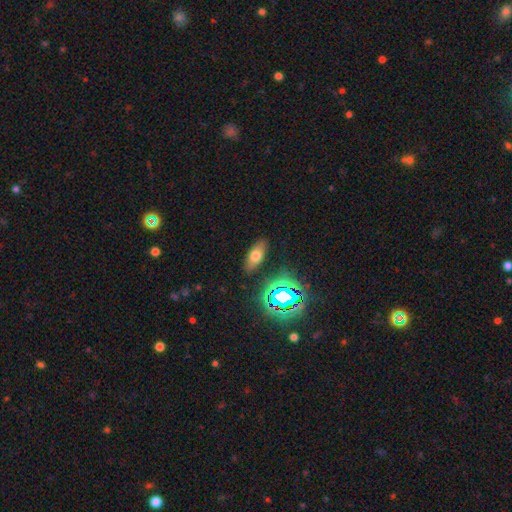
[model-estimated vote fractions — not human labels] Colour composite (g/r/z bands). It shows a smooth galaxy with no disk features (61%) that is in between round and cigar-shaped (80%). Merging: none (85%).